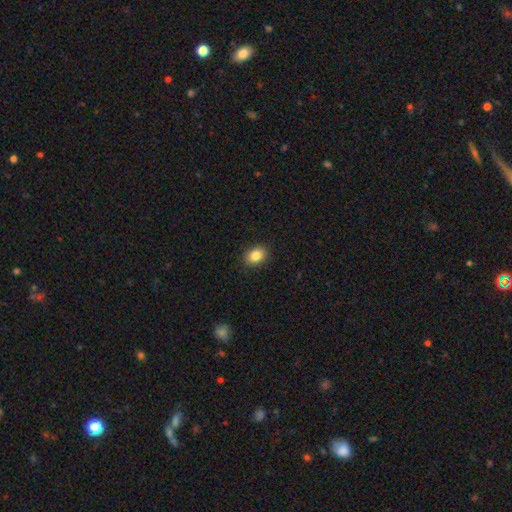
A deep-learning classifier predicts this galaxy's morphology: smooth-or-featured: smooth: 85% | star or artifact: 9% | featured or disk: 6%
  how-rounded: in between: 65% | round: 34% | cigar-shaped: 1%
  merging: none: 90% | minor disturbance: 7% | major disturbance: 2% | merger: 1%